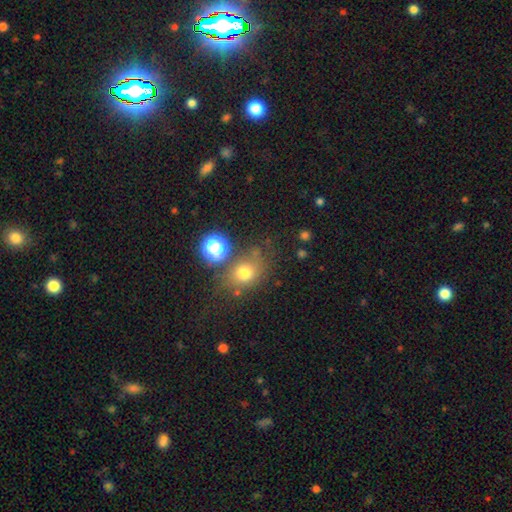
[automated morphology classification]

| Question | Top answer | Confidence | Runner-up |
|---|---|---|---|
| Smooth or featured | smooth | 68% | star or artifact (21%) |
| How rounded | round | 61% | in between (38%) |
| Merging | none | 64% | minor disturbance (16%) |